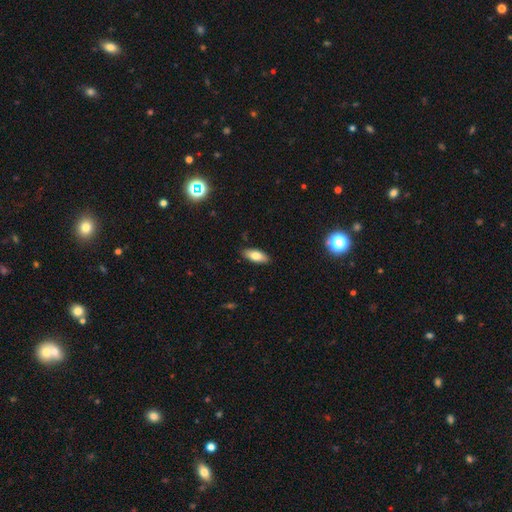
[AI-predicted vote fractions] This is likely a smooth galaxy (79%). How rounded: clearly in between (82%). Merging: clearly none (88%).